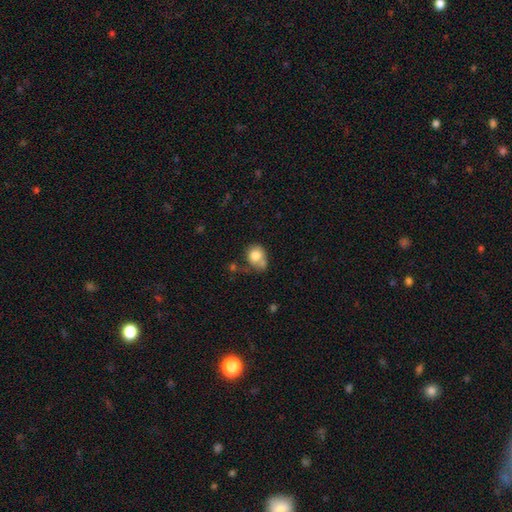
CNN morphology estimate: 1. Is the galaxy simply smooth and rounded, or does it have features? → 78% smooth, 14% featured or disk, 9% star or artifact.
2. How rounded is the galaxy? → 63% round, 36% in between, 1% cigar-shaped.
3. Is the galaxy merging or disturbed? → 37% none, 30% merger, 21% minor disturbance, 12% major disturbance.